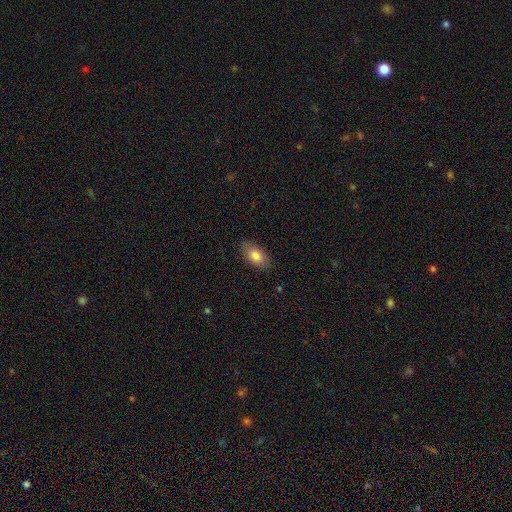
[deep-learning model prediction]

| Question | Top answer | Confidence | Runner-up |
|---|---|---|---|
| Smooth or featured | smooth | 80% | featured or disk (13%) |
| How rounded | in between | 92% | round (5%) |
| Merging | none | 85% | minor disturbance (11%) |